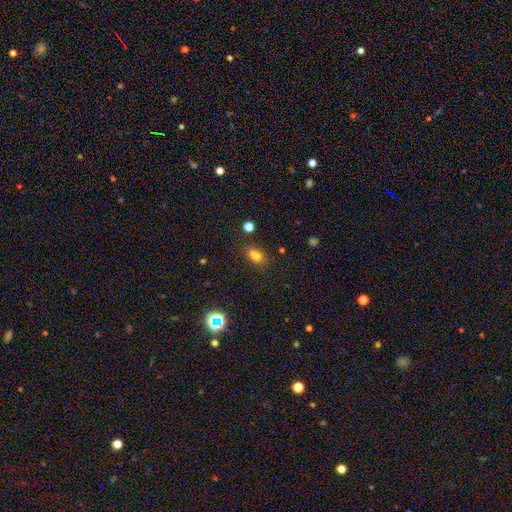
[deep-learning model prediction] Smooth or featured: smooth — 67% (star or artifact — 22%)
How rounded: in between — 72% (round — 23%)
Merging: none — 64% (merger — 16%)